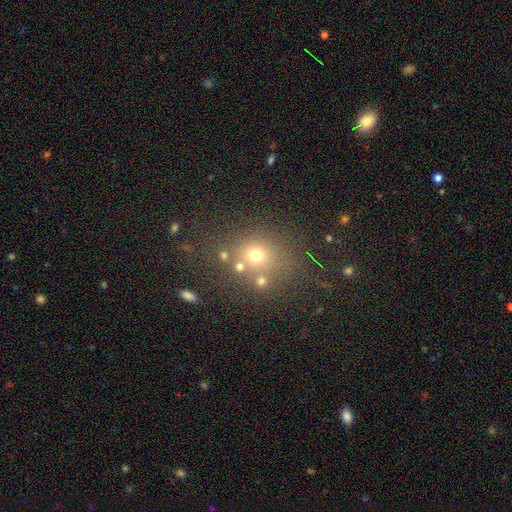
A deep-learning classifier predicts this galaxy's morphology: Q: Smooth or featured?
A: smooth (64%); runner-up: star or artifact (23%)
Q: How rounded?
A: round (78%); runner-up: in between (21%)
Q: Merging?
A: none (68%); runner-up: merger (13%)